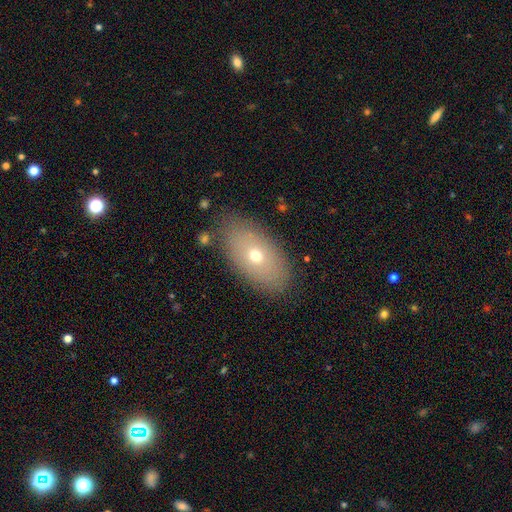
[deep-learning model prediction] Smooth or featured: smooth — 62% (featured or disk — 28%)
How rounded: in between — 90% (round — 7%)
Merging: none — 84% (minor disturbance — 11%)